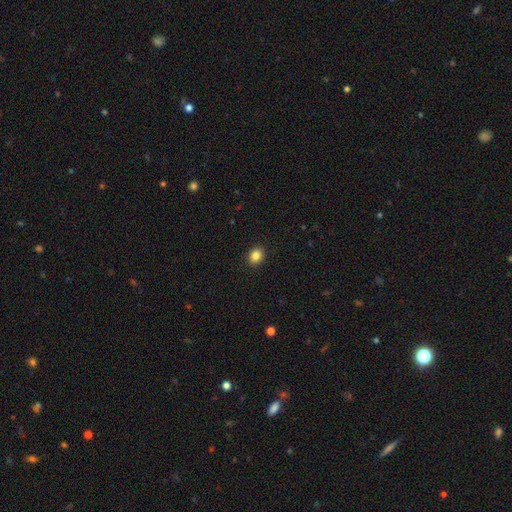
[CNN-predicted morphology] smooth 85%, star or artifact 10%, featured or disk 5%. Down the decision tree: how rounded — round (52%); merging — none (91%).